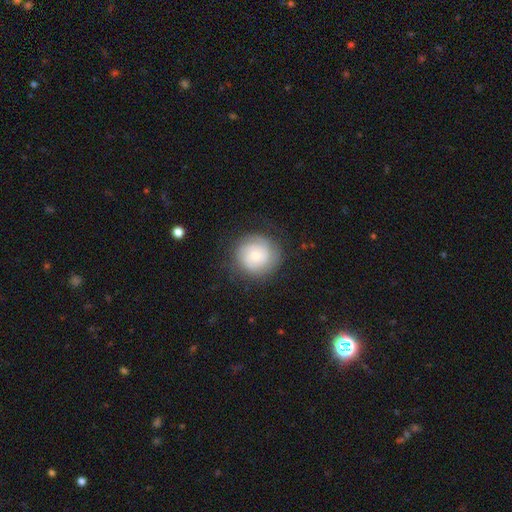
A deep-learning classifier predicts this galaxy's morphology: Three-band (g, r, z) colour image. It shows a featured or disk galaxy (52%) with no bar (76%), spiral arms (88%) and a small central bulge (54%). Merging: none (79%).